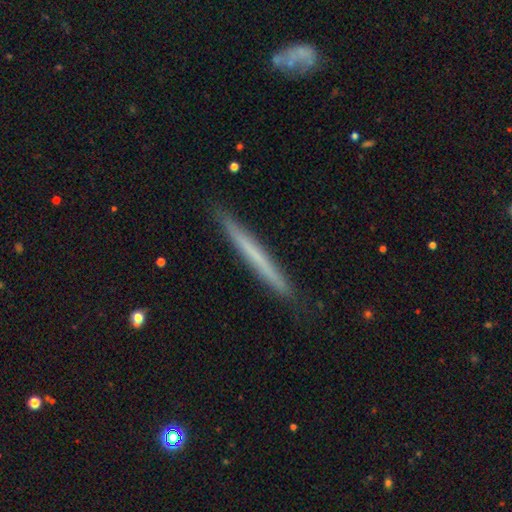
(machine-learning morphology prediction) The model was most divided on "smooth or featured": smooth: 51%, featured or disk: 43%, star or artifact: 6%. More confident: how rounded — cigar-shaped (97%); merging — none (90%).